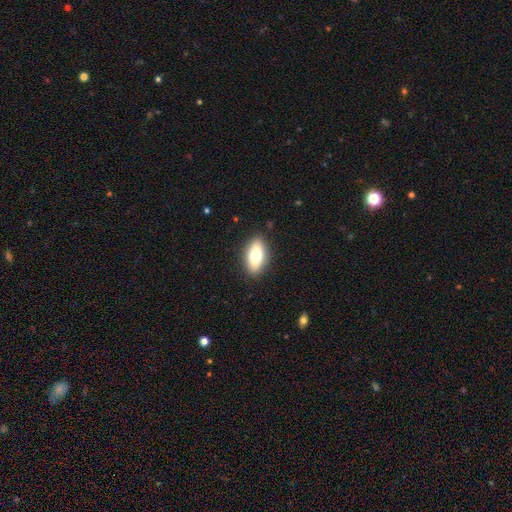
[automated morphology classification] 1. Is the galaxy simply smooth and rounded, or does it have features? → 73% smooth, 20% featured or disk, 7% star or artifact.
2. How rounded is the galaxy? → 87% in between, 8% cigar-shaped, 5% round.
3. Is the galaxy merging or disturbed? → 88% none, 9% minor disturbance, 2% major disturbance, 1% merger.